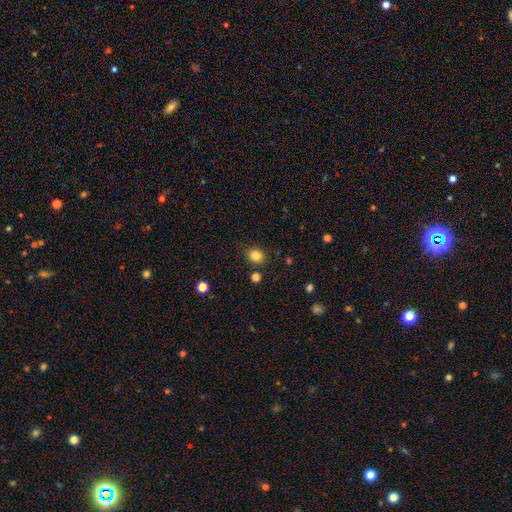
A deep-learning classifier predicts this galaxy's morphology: Smooth or featured? smooth (83%)
How rounded? round (76%)
Merging? none (85%)